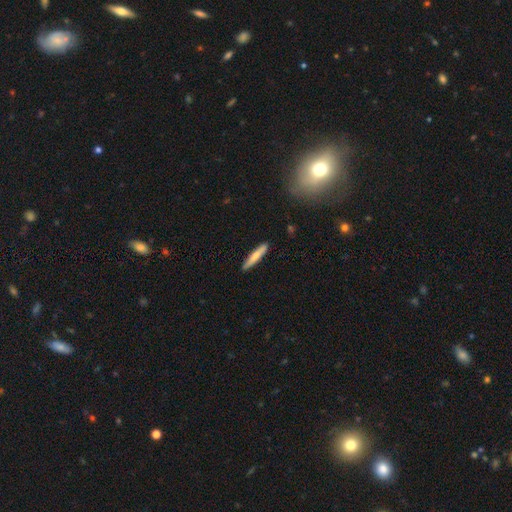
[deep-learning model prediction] Smooth or featured? smooth (70%)
How rounded? cigar-shaped (92%)
Merging? none (90%)